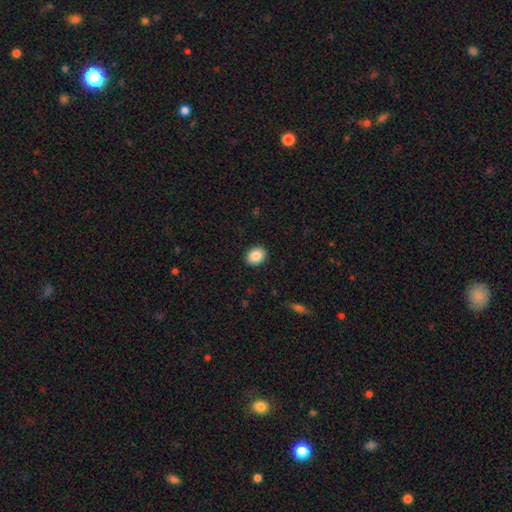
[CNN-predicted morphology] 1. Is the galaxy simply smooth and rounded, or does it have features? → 88% smooth, 8% star or artifact, 5% featured or disk.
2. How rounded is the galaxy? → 56% in between, 43% round, 1% cigar-shaped.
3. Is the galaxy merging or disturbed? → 90% none, 7% minor disturbance, 2% major disturbance, 1% merger.